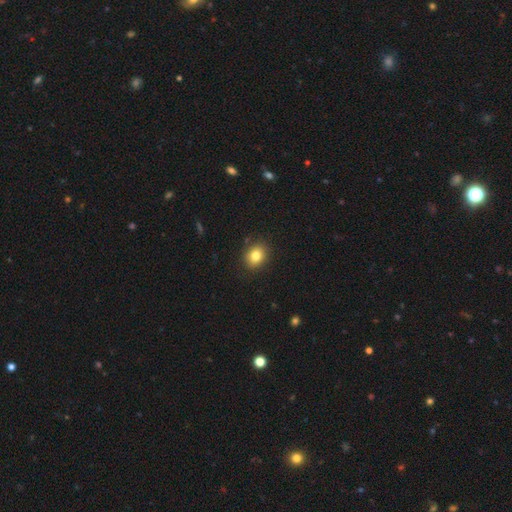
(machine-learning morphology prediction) Overall: smooth (81%). How rounded: round (59%; in between 40%). Merging: none (87%).